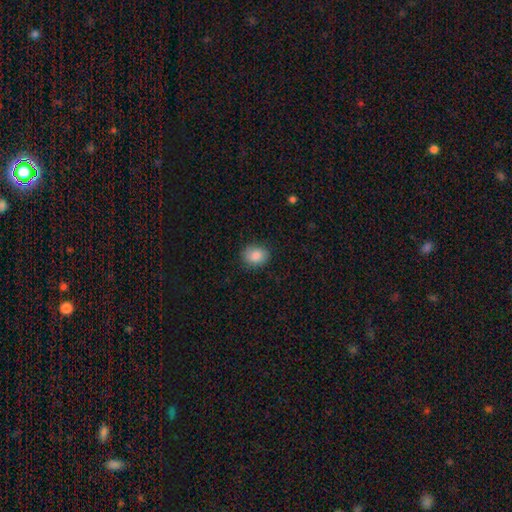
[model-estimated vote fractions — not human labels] This is clearly a smooth galaxy (86%). How rounded: possibly in between (53%). Merging: clearly none (82%).